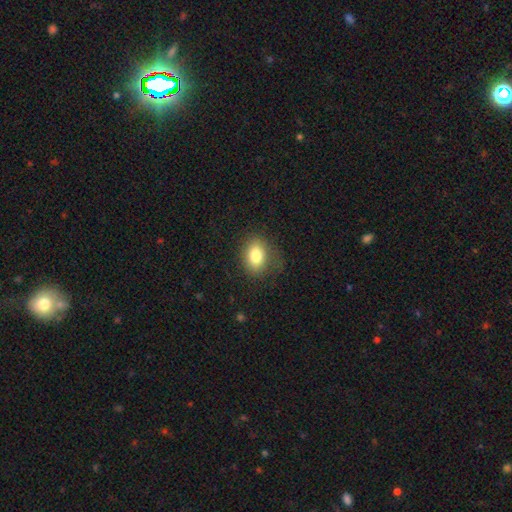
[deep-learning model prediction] smooth_or_featured: smooth (p=0.80) [alt: featured or disk p=0.11]
how_rounded: in between (p=0.74) [alt: round p=0.25]
merging: none (p=0.75) [alt: minor disturbance p=0.17]